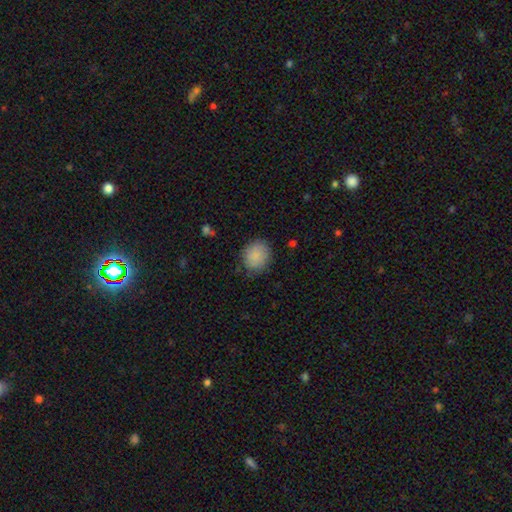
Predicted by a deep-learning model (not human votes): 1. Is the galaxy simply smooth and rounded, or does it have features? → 86% smooth, 8% star or artifact, 7% featured or disk.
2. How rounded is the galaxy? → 66% round, 33% in between, 1% cigar-shaped.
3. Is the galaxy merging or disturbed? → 79% none, 16% minor disturbance, 4% major disturbance, 1% merger.